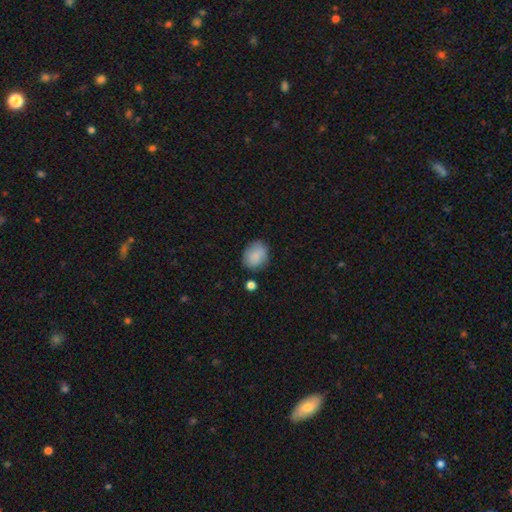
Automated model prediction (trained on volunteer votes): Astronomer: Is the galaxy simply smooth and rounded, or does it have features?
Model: smooth — 83%.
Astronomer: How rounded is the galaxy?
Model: round — 55% (runner-up: in between, 44%).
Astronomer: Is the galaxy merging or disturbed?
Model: none — 72%.